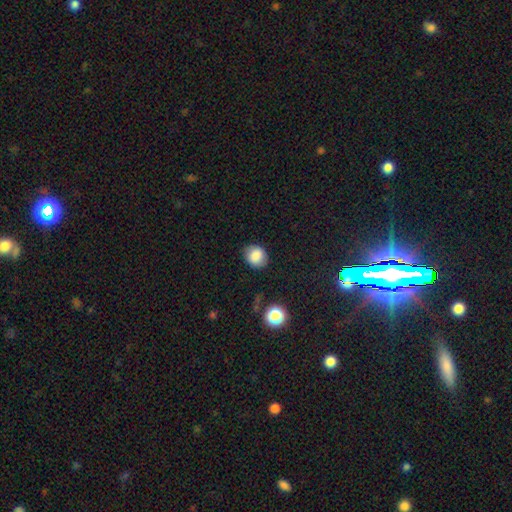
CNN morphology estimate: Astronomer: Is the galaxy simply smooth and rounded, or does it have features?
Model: smooth — 84%.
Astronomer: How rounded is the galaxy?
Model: round — 64%.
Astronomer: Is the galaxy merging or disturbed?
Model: none — 80%.